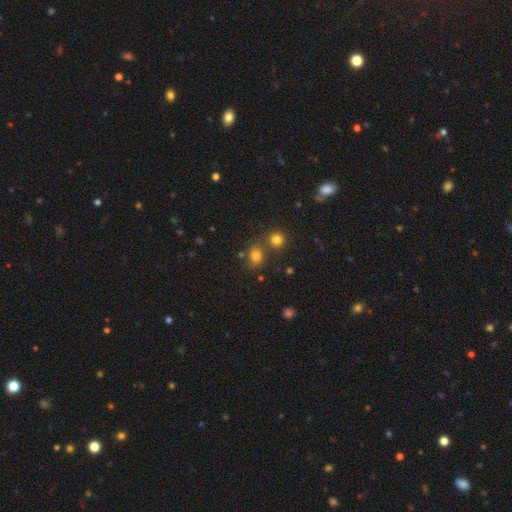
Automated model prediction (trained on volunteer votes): This is likely a smooth galaxy (77%). How rounded: possibly in between (51%). Merging: likely none (62%).